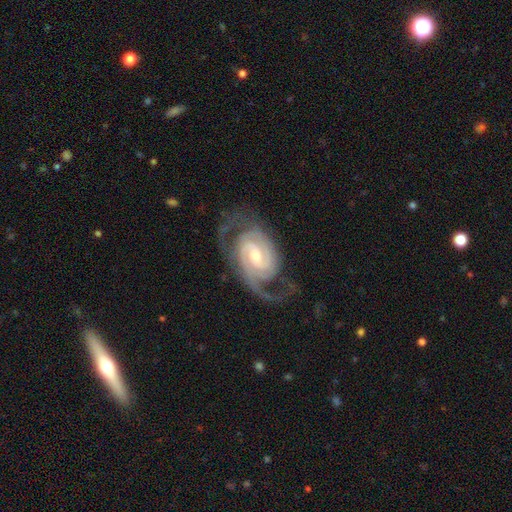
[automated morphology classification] This is clearly a featured or disk galaxy (92%). It is clearly not viewed edge-on (97%). Bar: possibly weak (52%). Spiral arm pattern: clearly yes (98%). Spiral arm count: likely 2 (76%). Spiral winding: possibly tight (54%). Central bulge: possibly moderate (48%). Merging: likely none (70%).